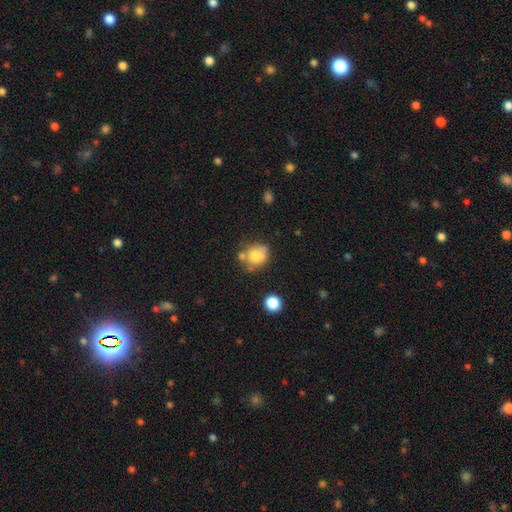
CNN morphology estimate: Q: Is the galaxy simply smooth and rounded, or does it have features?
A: smooth — 70%.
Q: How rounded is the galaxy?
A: round — 68%.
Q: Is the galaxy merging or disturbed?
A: none — 48%.